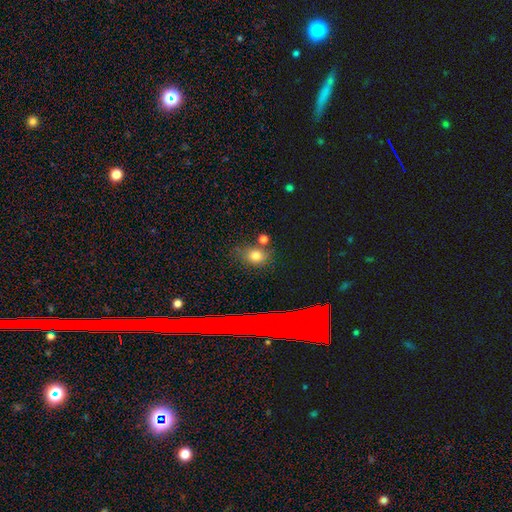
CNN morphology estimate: Smooth or featured? smooth (76%)
How rounded? round (61%)
Merging? none (72%)